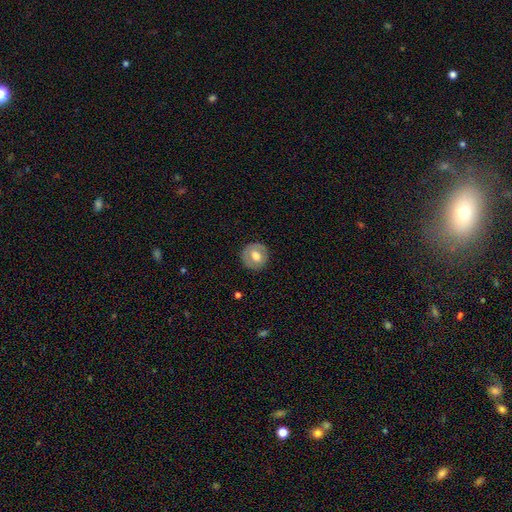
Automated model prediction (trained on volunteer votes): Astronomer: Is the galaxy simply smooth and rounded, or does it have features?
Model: smooth — 59% (runner-up: featured or disk, 34%).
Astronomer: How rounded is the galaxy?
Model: round — 90%.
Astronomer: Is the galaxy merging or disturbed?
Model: none — 86%.